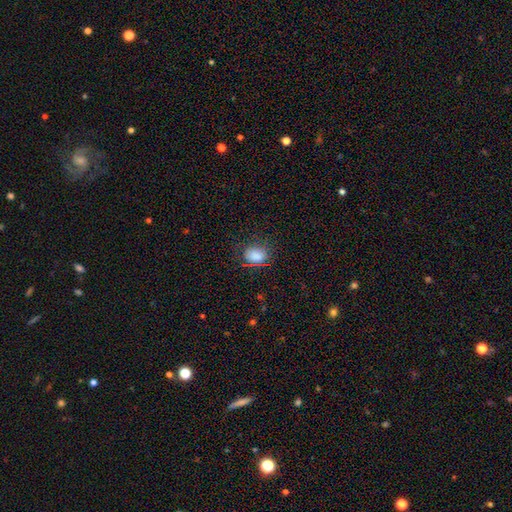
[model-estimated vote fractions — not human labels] Q: Smooth or featured?
A: smooth (80%); runner-up: star or artifact (14%)
Q: How rounded?
A: in between (53%); runner-up: round (46%)
Q: Merging?
A: none (78%); runner-up: minor disturbance (15%)